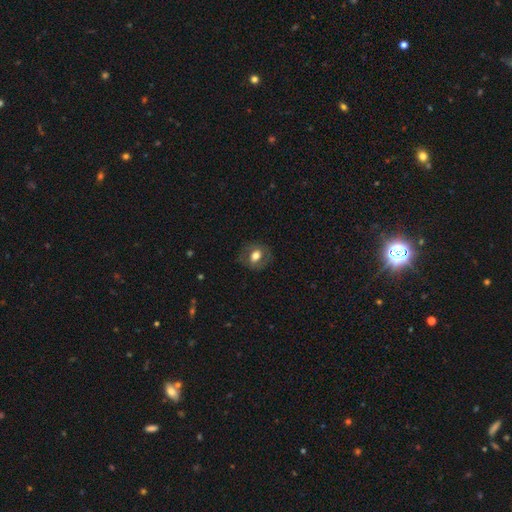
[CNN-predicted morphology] Smooth or featured? smooth (60%)
How rounded? round (52%)
Merging? none (79%)